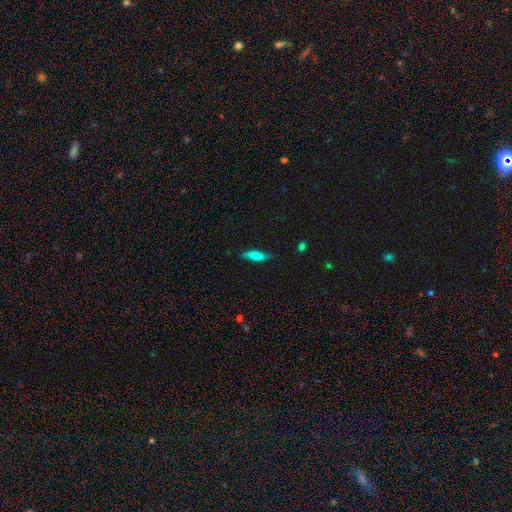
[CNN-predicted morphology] Smooth or featured?
  - smooth: 75% *
  - featured or disk: 17%
  - star or artifact: 7%
How rounded?
  - cigar-shaped: 56% *
  - in between: 42%
  - round: 2%
Merging?
  - none: 70% *
  - minor disturbance: 24%
  - major disturbance: 5%
  - merger: 2%